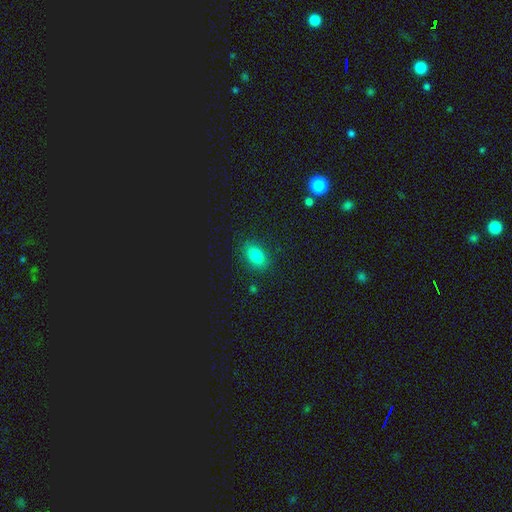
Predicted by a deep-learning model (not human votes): Smooth or featured: smooth — 81% (star or artifact — 12%)
How rounded: in between — 83% (round — 14%)
Merging: none — 85% (minor disturbance — 10%)